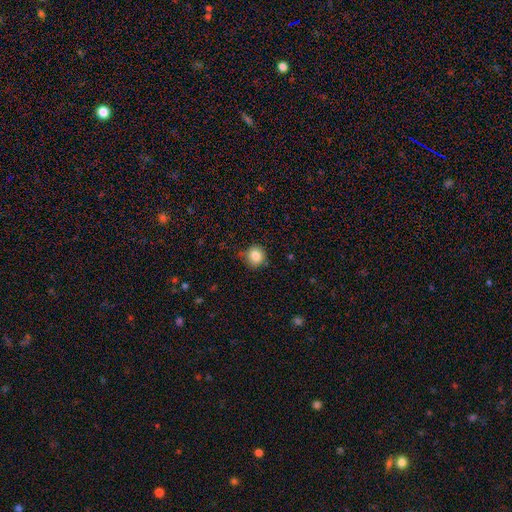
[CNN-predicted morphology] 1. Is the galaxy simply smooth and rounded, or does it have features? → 85% smooth, 10% star or artifact, 5% featured or disk.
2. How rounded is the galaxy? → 88% round, 11% in between, 1% cigar-shaped.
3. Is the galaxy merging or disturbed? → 76% none, 19% minor disturbance, 4% major disturbance, 2% merger.